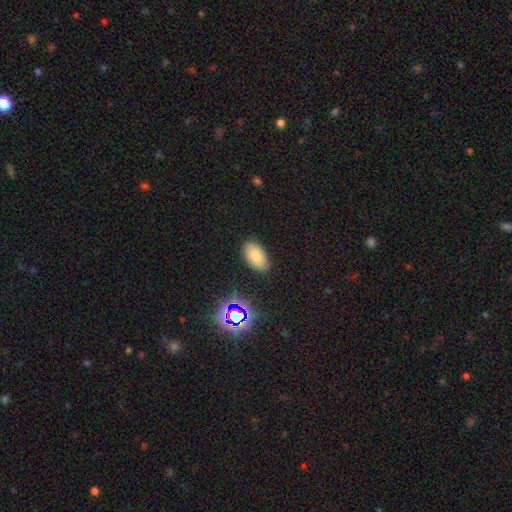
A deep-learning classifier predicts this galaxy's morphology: Q: Smooth or featured?
A: smooth (77%); runner-up: star or artifact (12%)
Q: How rounded?
A: in between (94%); runner-up: round (4%)
Q: Merging?
A: none (84%); runner-up: minor disturbance (12%)